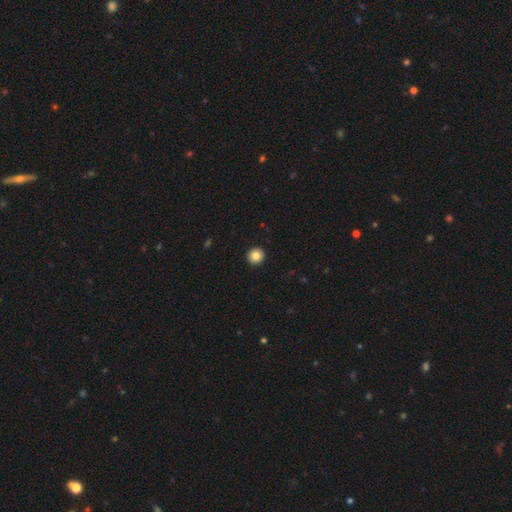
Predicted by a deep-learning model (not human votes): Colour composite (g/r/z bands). It shows a smooth galaxy with no disk features (84%) that is round (94%). Merging: none (94%).